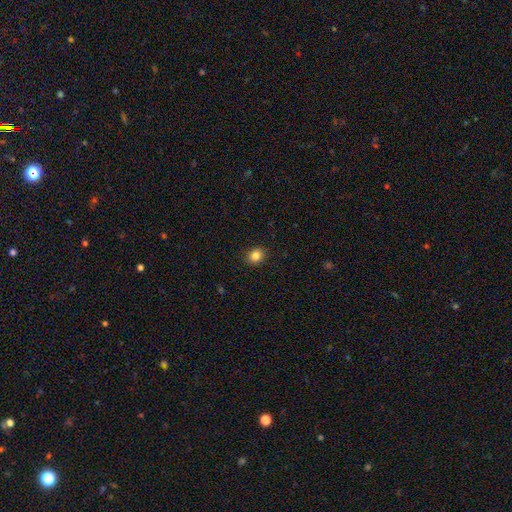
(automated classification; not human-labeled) Overall: smooth (85%). How rounded: round (66%; in between 33%). Merging: none (90%).